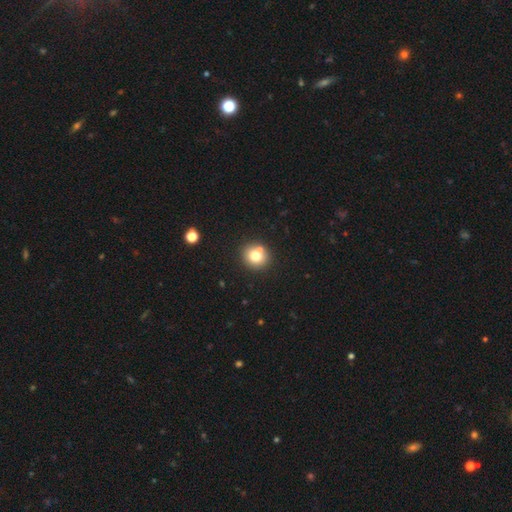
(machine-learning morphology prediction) Smooth or featured? Predicted: smooth (p=0.75). How rounded? Predicted: round (p=0.85). Merging? Predicted: none (p=0.72).